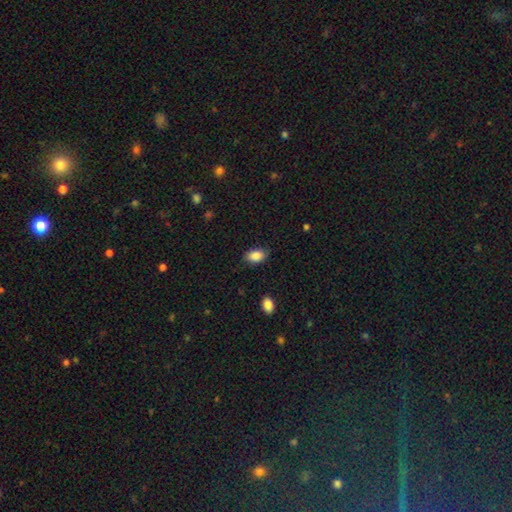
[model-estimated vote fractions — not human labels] The model was most divided on "merging": none: 81%, minor disturbance: 15%, major disturbance: 3%, merger: 1%. More confident: how rounded — in between (88%); smooth or featured — smooth (87%).